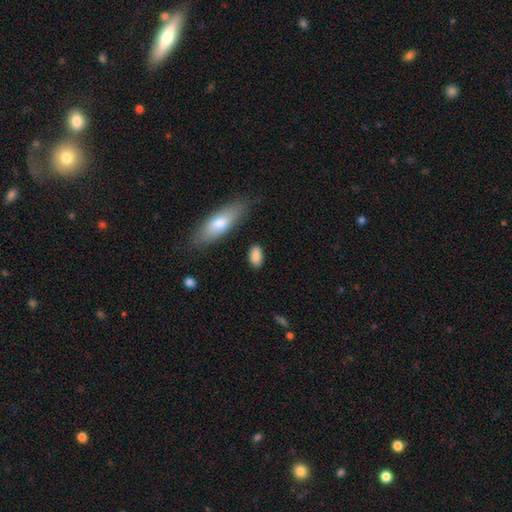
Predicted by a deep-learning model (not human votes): A smooth galaxy with no disk features (87%) that is in between round and cigar-shaped (89%). Merging: none (82%).